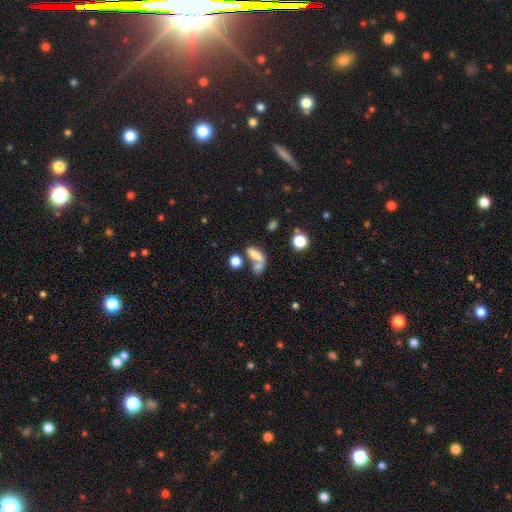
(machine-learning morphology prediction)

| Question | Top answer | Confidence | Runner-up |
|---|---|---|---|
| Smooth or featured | smooth | 69% | featured or disk (16%) |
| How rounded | in between | 64% | cigar-shaped (22%) |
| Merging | merger | 47% | none (29%) |